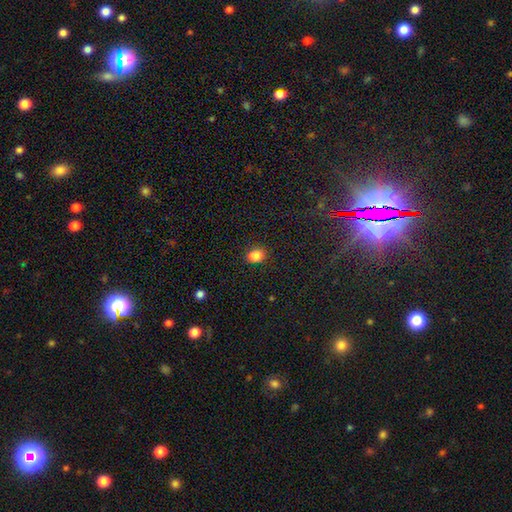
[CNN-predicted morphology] type=smooth (85%); roundness=in between (61%); merging=none (84%).